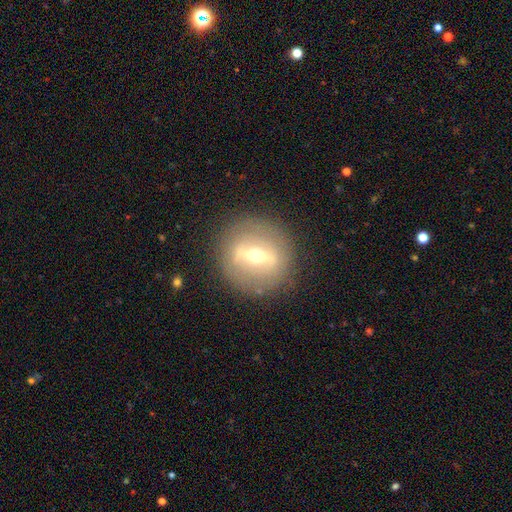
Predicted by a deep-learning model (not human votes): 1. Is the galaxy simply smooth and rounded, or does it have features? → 69% featured or disk, 23% smooth, 8% star or artifact.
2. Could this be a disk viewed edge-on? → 77% no, 23% yes.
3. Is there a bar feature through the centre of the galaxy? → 66% strong, 23% weak, 11% no.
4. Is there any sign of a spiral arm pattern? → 80% no, 20% yes.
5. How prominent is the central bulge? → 58% moderate, 37% small, 4% large, 1% dominant, 1% none.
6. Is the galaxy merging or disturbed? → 85% none, 9% minor disturbance, 5% major disturbance, 1% merger.